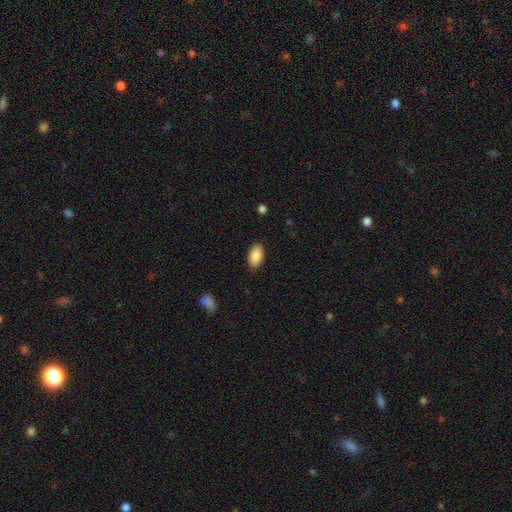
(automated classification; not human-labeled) smooth-or-featured: smooth: 89% | star or artifact: 6% | featured or disk: 5%
  how-rounded: in between: 94% | round: 3% | cigar-shaped: 2%
  merging: none: 87% | minor disturbance: 10% | major disturbance: 2% | merger: 1%